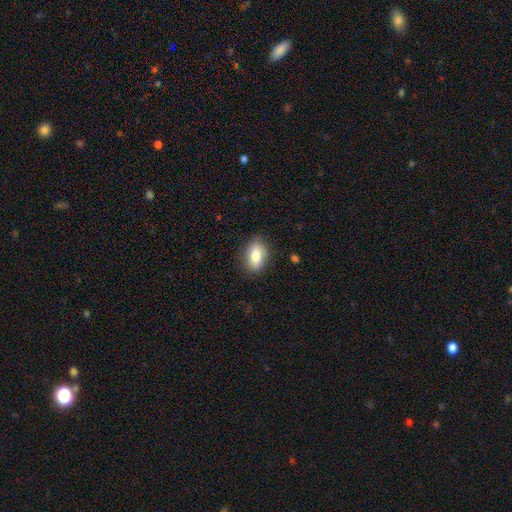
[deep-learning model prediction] This appears to be a smooth galaxy with no disk features (81%) that is in between round and cigar-shaped (86%). Merging: none (83%).